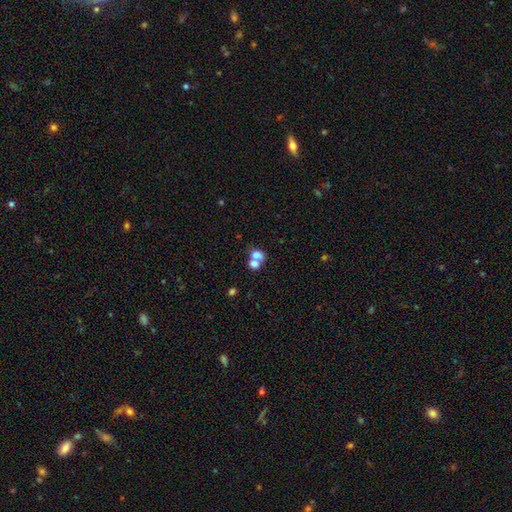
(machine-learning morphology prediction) Smooth or featured: smooth — 71% (featured or disk — 17%)
How rounded: in between — 57% (round — 42%)
Merging: merger — 62% (none — 26%)